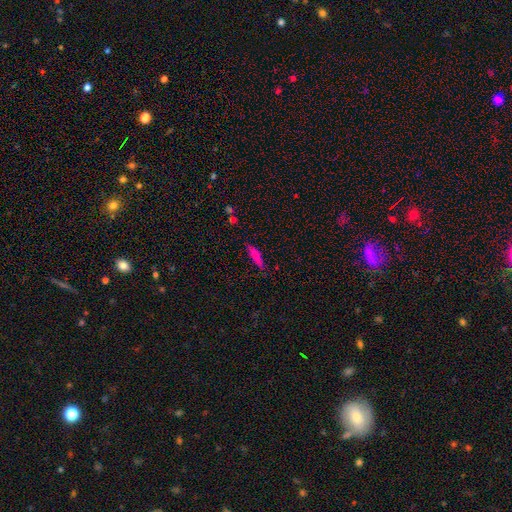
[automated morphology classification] Smooth or featured: smooth — 70% (featured or disk — 21%)
How rounded: cigar-shaped — 72% (in between — 26%)
Merging: none — 81% (minor disturbance — 14%)